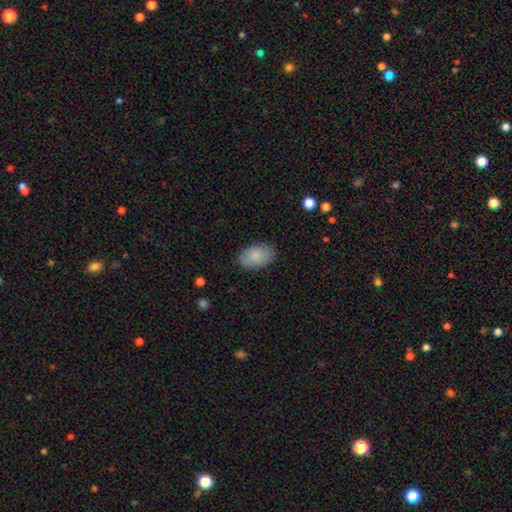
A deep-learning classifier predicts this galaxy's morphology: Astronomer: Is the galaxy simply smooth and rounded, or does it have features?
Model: smooth — 86%.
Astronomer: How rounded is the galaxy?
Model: in between — 92%.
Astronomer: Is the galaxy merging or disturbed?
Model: none — 85%.